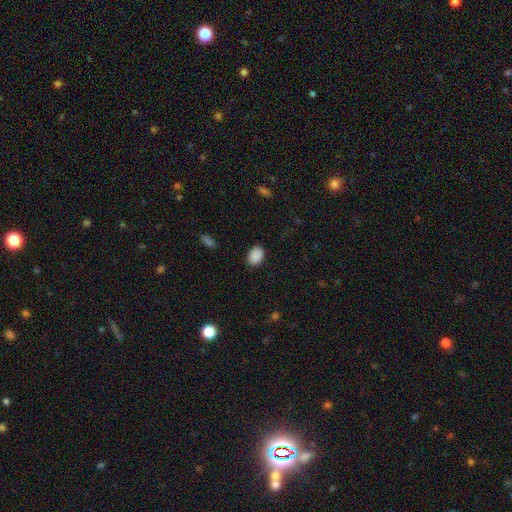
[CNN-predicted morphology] A smooth galaxy with no disk features (89%) that is in between round and cigar-shaped (81%). Merging: none (87%).